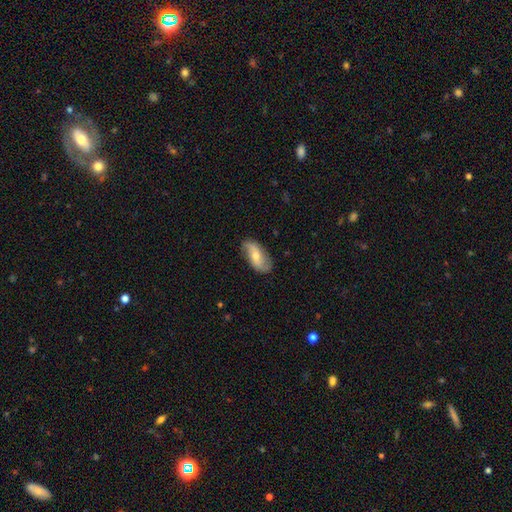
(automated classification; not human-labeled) featured or disk 60%, smooth 33%, star or artifact 7%. Down the decision tree: edge-on disk — no (90%); bar — no (51%); spiral arms — yes (84%); bulge size — moderate (53%); merging — none (77%).